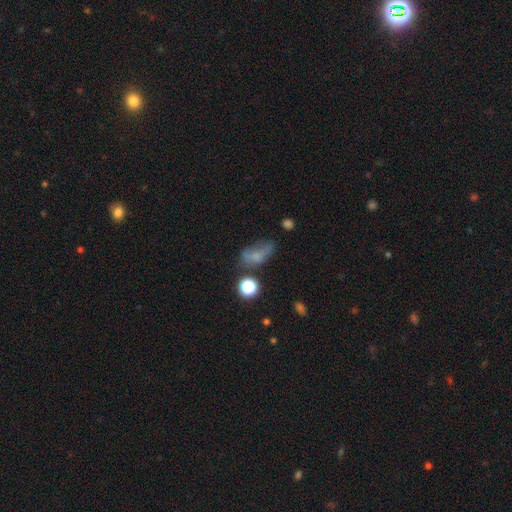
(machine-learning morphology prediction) Smooth or featured? Predicted: smooth (p=0.60). How rounded? Predicted: in between (p=0.76). Merging? Predicted: none (p=0.38).